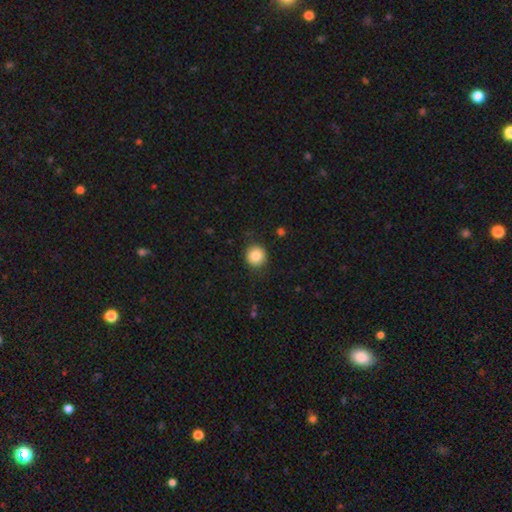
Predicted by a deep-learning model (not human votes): Smooth or featured: smooth — 84% (star or artifact — 10%)
How rounded: round — 93% (in between — 6%)
Merging: none — 88% (minor disturbance — 8%)